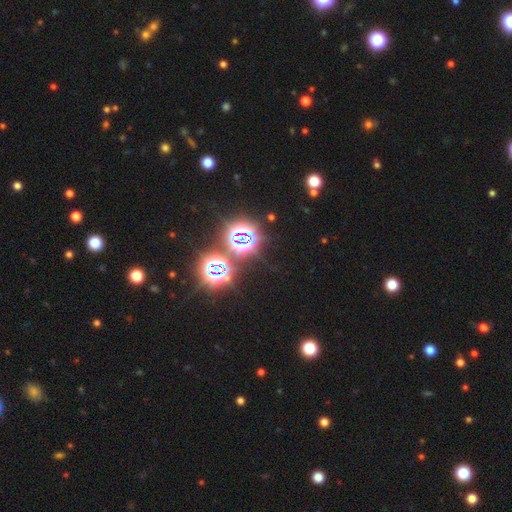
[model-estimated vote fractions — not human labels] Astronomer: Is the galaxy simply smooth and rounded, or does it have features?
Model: star or artifact — 76%.